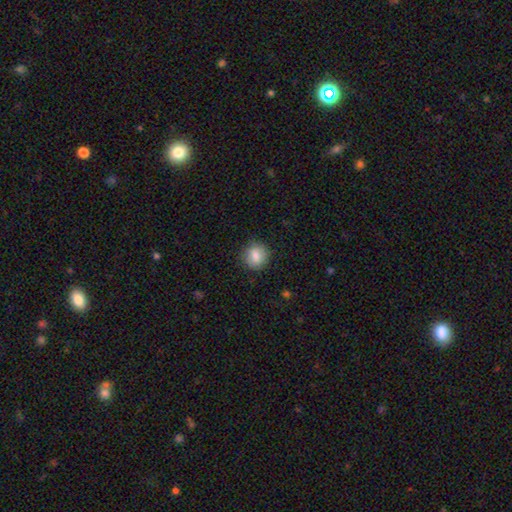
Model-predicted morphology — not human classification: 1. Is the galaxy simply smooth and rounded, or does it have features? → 85% smooth, 8% star or artifact, 7% featured or disk.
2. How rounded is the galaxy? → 76% round, 23% in between, 1% cigar-shaped.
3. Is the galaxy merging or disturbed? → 85% none, 11% minor disturbance, 3% major disturbance, 1% merger.